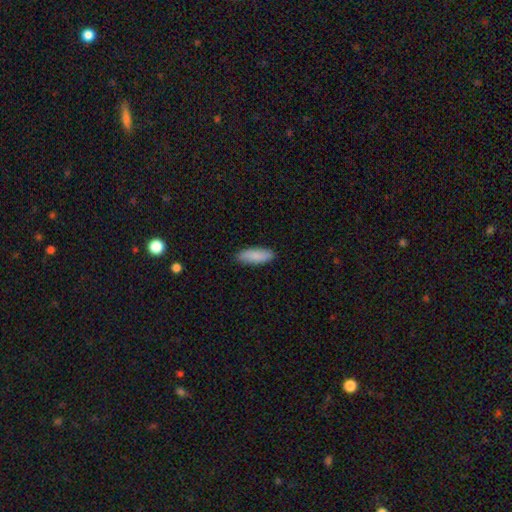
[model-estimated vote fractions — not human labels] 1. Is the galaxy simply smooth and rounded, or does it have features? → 88% smooth, 6% featured or disk, 6% star or artifact.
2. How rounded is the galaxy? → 66% in between, 32% cigar-shaped, 2% round.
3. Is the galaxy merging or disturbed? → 88% none, 9% minor disturbance, 2% major disturbance, 1% merger.